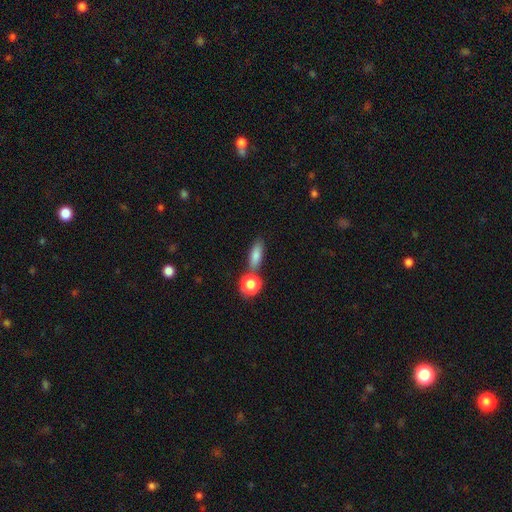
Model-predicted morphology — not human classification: This appears to be a smooth galaxy with no disk features (81%) that is in between round and cigar-shaped (60%). Merging: none (67%).